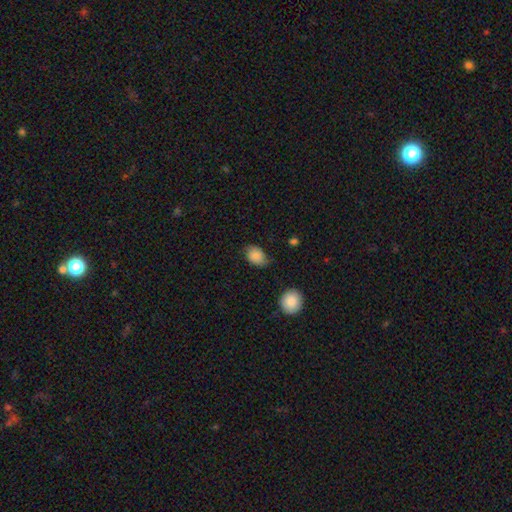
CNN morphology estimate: Smooth or featured? Predicted: smooth (p=0.84). How rounded? Predicted: in between (p=0.72). Merging? Predicted: none (p=0.63).